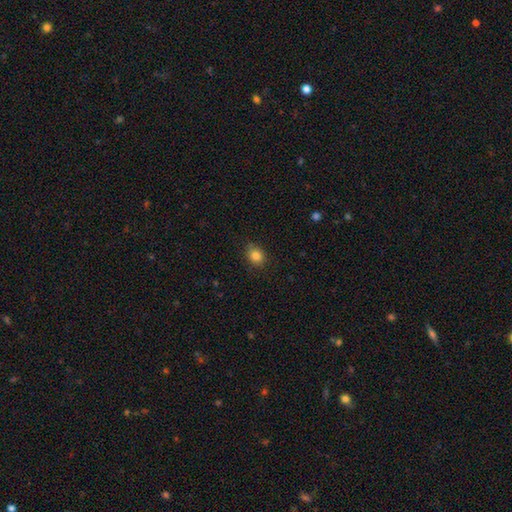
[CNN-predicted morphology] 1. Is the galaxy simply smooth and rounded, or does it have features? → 84% smooth, 11% star or artifact, 5% featured or disk.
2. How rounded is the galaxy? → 63% round, 36% in between, 1% cigar-shaped.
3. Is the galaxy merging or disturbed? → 83% none, 13% minor disturbance, 3% major disturbance, 1% merger.